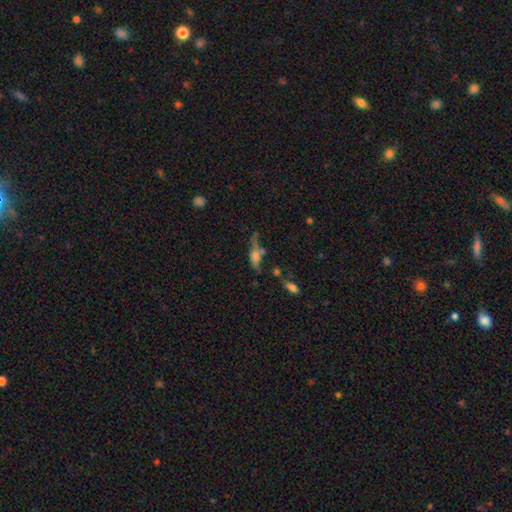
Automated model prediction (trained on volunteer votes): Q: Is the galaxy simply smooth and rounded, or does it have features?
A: smooth — 50%.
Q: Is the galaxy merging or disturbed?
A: none — 39%.